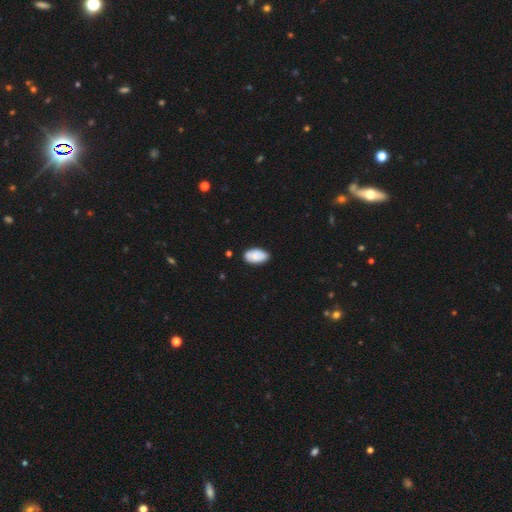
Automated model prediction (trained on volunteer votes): smooth-or-featured: smooth: 81% | featured or disk: 12% | star or artifact: 7%
  how-rounded: in between: 95% | round: 4% | cigar-shaped: 2%
  merging: none: 78% | minor disturbance: 17% | major disturbance: 3% | merger: 2%